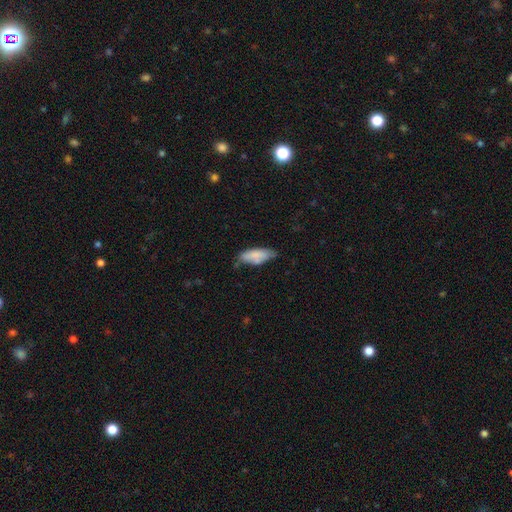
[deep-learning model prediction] Smooth or featured? smooth (79%)
How rounded? in between (71%)
Merging? none (53%)